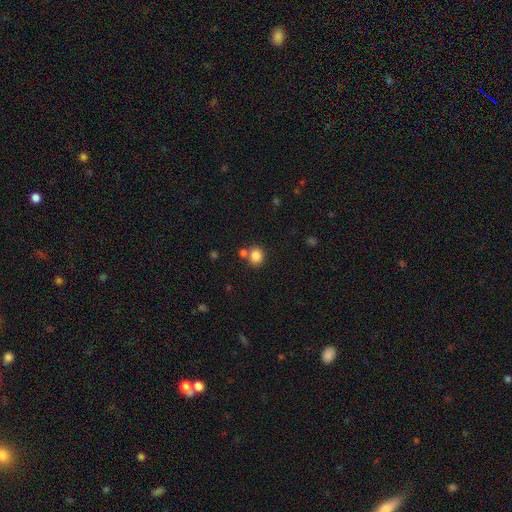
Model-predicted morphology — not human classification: This appears to be a smooth galaxy with no disk features (85%) that is round (77%). Merging: none (67%).